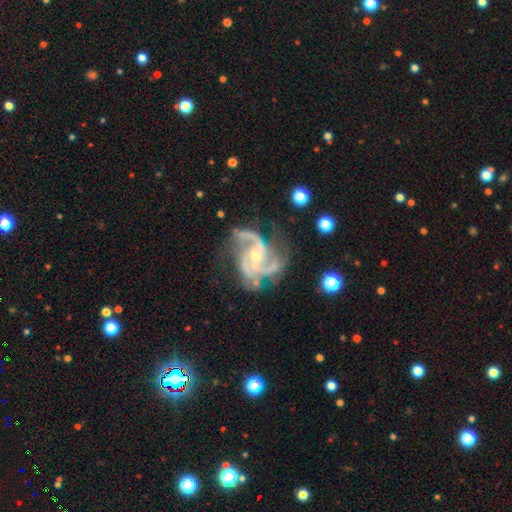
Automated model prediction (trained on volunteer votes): smooth_or_featured: featured or disk (p=0.92) [alt: star or artifact p=0.05]
disk_edge_on: no (p=0.98) [alt: yes p=0.02]
bar: no (p=0.46) [alt: weak p=0.36]
has_spiral_arms: yes (p=0.98) [alt: no p=0.02]
spiral_winding: medium (p=0.56) [alt: tight p=0.23]
spiral_arm_count: 2 (p=0.46) [alt: 3 p=0.34]
bulge_size: small (p=0.59) [alt: moderate p=0.38]
merging: none (p=0.54) [alt: minor disturbance p=0.23]